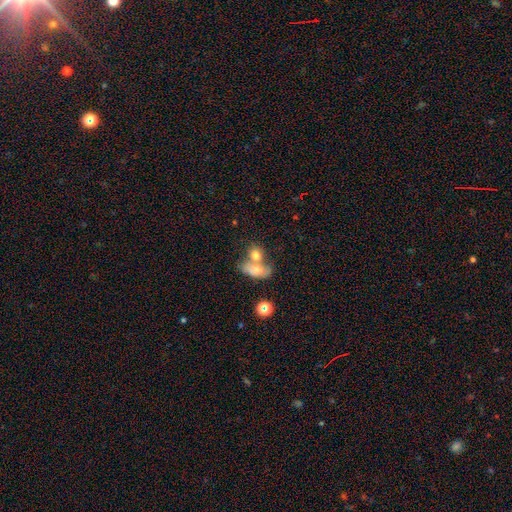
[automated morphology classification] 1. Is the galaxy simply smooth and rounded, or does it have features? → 67% smooth, 21% featured or disk, 11% star or artifact.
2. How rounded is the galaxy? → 63% in between, 33% round, 4% cigar-shaped.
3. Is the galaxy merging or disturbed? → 54% merger, 30% none, 10% minor disturbance, 6% major disturbance.